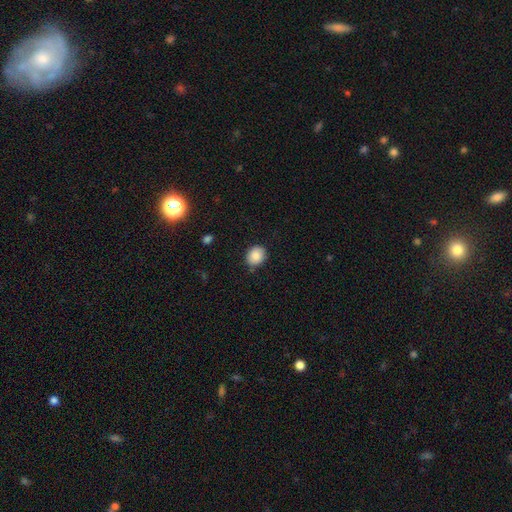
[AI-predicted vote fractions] The model was most divided on "how rounded": round: 70%, in between: 29%, cigar-shaped: 1%. More confident: smooth or featured — smooth (88%); merging — none (83%).